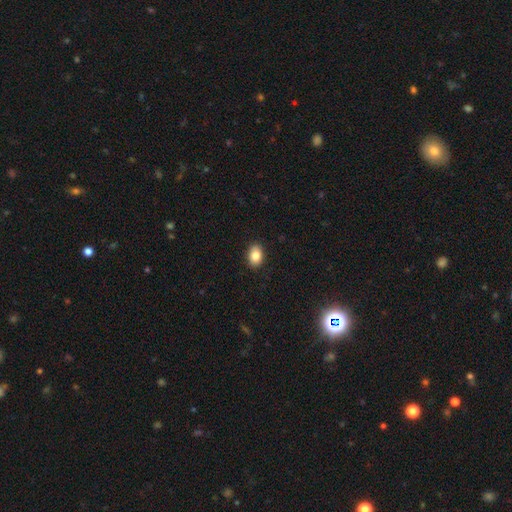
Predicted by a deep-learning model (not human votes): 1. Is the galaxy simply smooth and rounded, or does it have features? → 84% smooth, 9% star or artifact, 7% featured or disk.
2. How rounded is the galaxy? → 77% in between, 22% round, 1% cigar-shaped.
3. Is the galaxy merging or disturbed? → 90% none, 7% minor disturbance, 2% major disturbance, 1% merger.